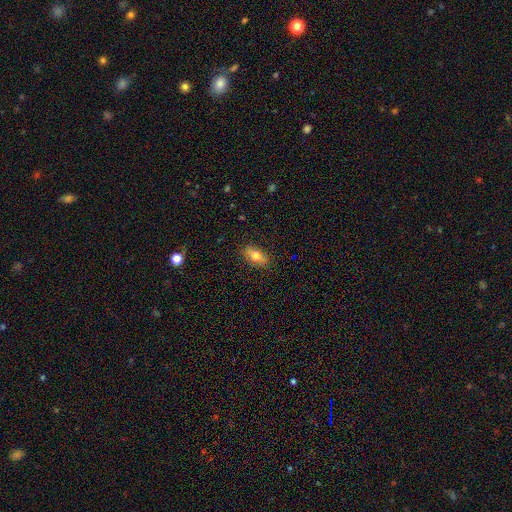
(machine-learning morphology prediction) This is likely a smooth galaxy (72%). How rounded: clearly in between (85%). Merging: clearly none (85%).